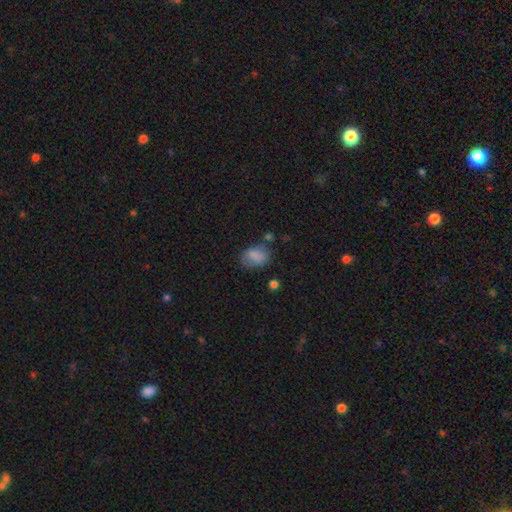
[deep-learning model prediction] A smooth galaxy with no disk features (79%) that is in between round and cigar-shaped (72%).

Vote fractions:
- Smooth or featured? smooth: 79% / featured or disk: 11% / star or artifact: 10%
- How rounded? in between: 72% / round: 26% / cigar-shaped: 1%
- Merging? none: 61% / minor disturbance: 24% / major disturbance: 9% / merger: 5%